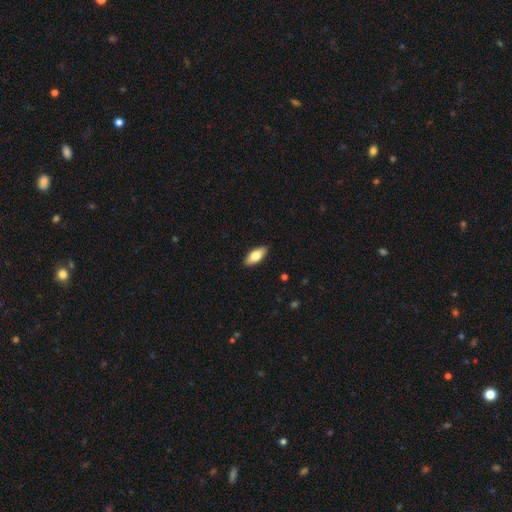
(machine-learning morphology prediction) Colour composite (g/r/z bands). It shows a smooth galaxy with no disk features (77%) that is in between round and cigar-shaped (87%). Merging: none (88%).